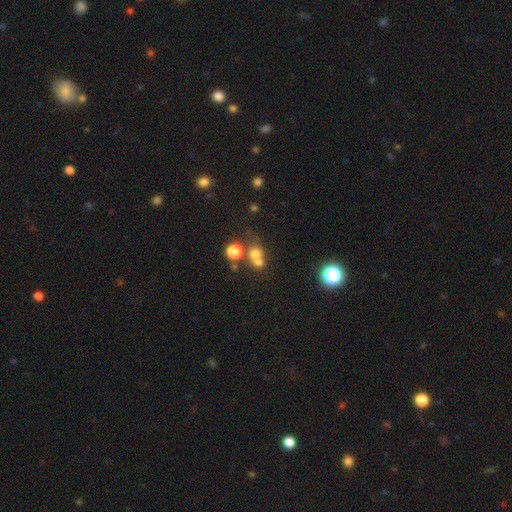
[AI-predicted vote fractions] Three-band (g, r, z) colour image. It shows a smooth galaxy with no disk features (67%) that is round (82%). Merging: merger (50%).